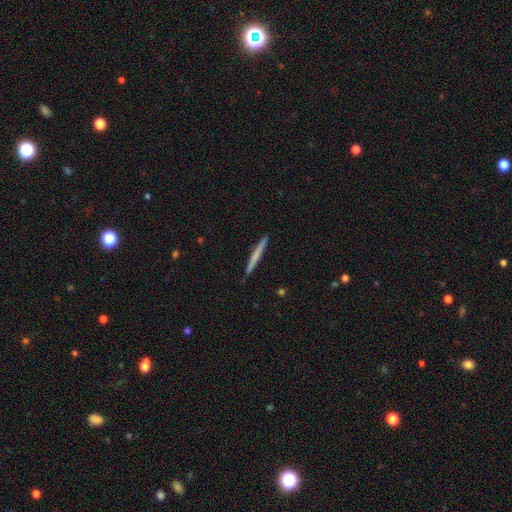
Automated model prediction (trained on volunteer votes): The model was most divided on "smooth or featured": smooth: 58%, featured or disk: 36%, star or artifact: 5%. More confident: how rounded — cigar-shaped (97%); merging — none (92%).